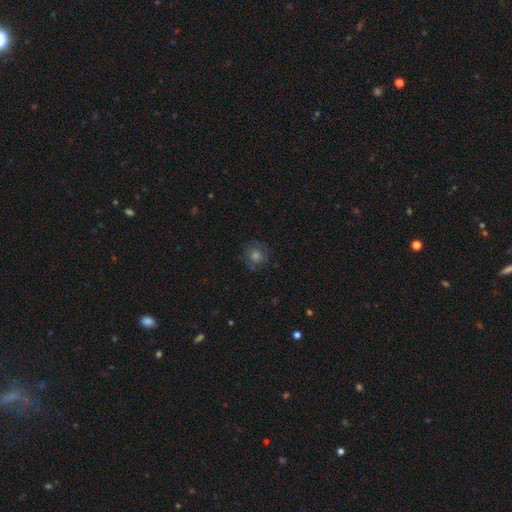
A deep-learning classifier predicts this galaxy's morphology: Smooth or featured?
  - smooth: 52% *
  - featured or disk: 27%
  - star or artifact: 22%
How rounded?
  - round: 86% *
  - in between: 13%
  - cigar-shaped: 1%
Merging?
  - none: 80% *
  - minor disturbance: 13%
  - major disturbance: 6%
  - merger: 1%